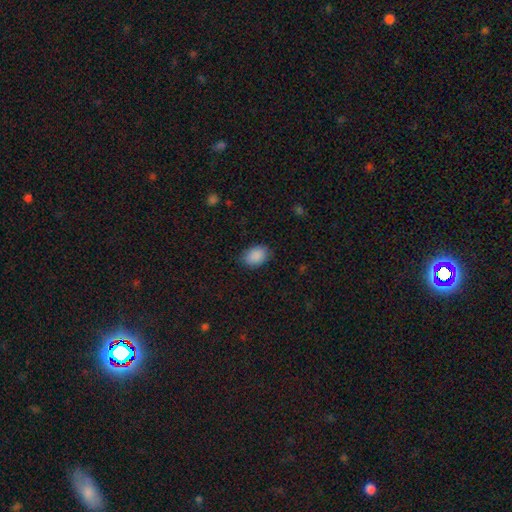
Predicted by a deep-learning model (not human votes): This is clearly a smooth galaxy (90%). How rounded: clearly in between (83%). Merging: clearly none (83%).